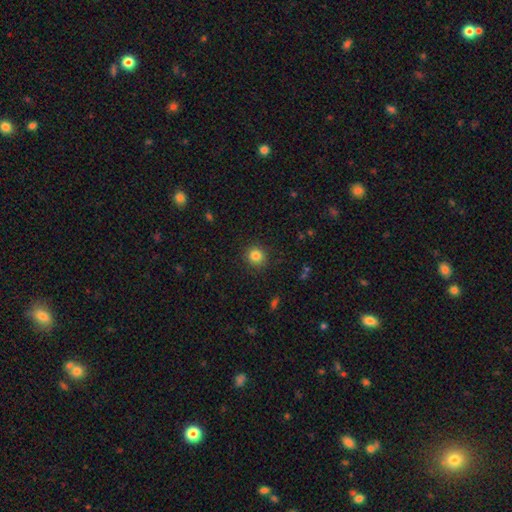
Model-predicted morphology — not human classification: The model was most divided on "smooth or featured": smooth: 83%, star or artifact: 11%, featured or disk: 6%. More confident: how rounded — round (91%); merging — none (90%).